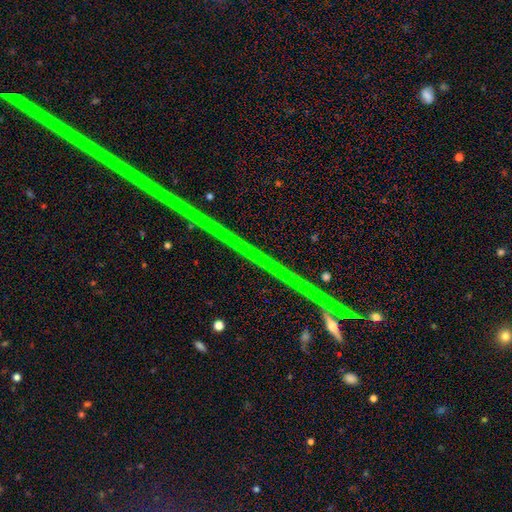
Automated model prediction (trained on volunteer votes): This is likely a star or artifact rather than a galaxy (79%).